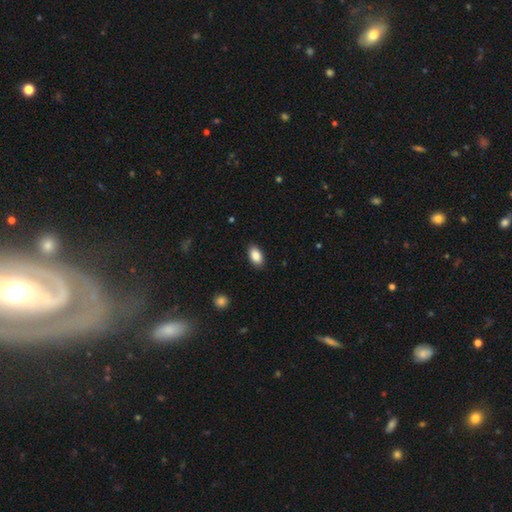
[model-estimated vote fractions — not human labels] Smooth or featured? smooth (89%)
How rounded? in between (93%)
Merging? none (89%)